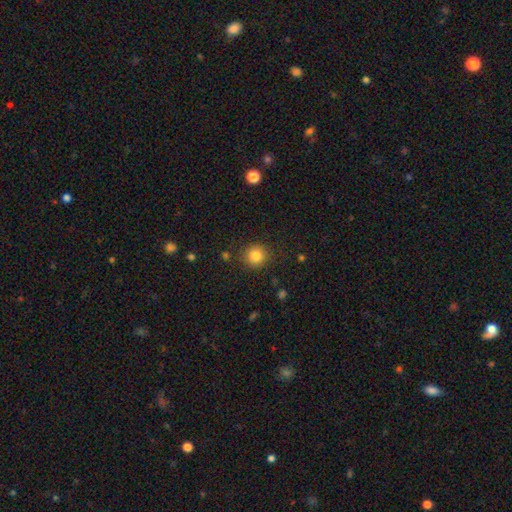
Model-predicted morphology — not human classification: Overall: smooth (83%). How rounded: round (91%). Merging: none (87%).